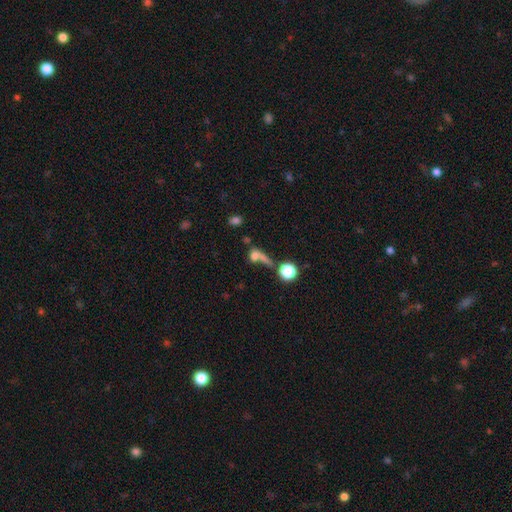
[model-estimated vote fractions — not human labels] Overall: smooth (64%). How rounded: round (43%; in between 35%). Merging: merger (37%; none 35%).